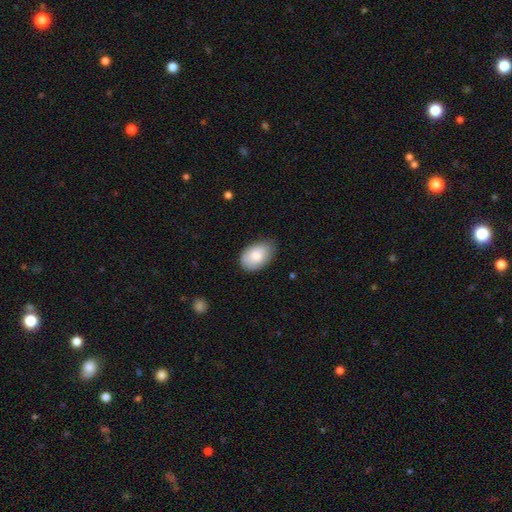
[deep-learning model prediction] smooth-or-featured: smooth: 85% | featured or disk: 10% | star or artifact: 6%
  how-rounded: in between: 91% | round: 7% | cigar-shaped: 1%
  merging: none: 72% | minor disturbance: 23% | major disturbance: 3% | merger: 1%